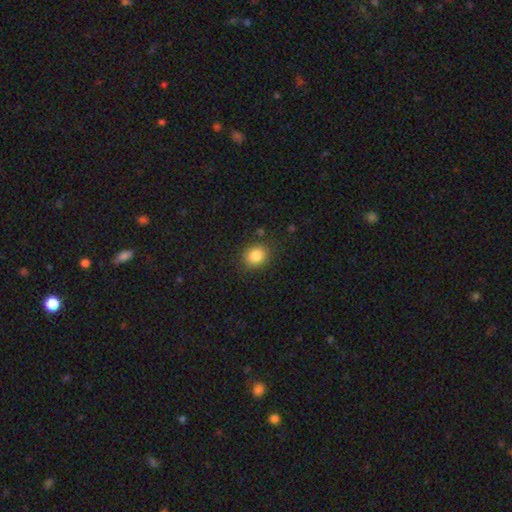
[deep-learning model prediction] smooth_or_featured: smooth (p=0.85) [alt: star or artifact p=0.10]
how_rounded: round (p=0.70) [alt: in between p=0.29]
merging: none (p=0.85) [alt: minor disturbance p=0.10]